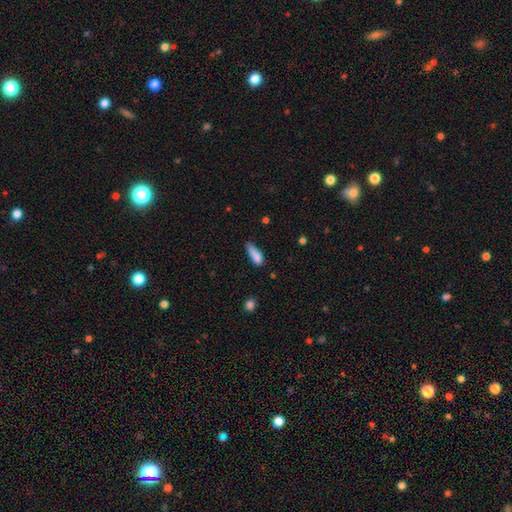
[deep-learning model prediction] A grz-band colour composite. It shows a smooth galaxy with no disk features (81%) that is in between round and cigar-shaped (57%). Merging: none (40%, tied with minor disturbance).